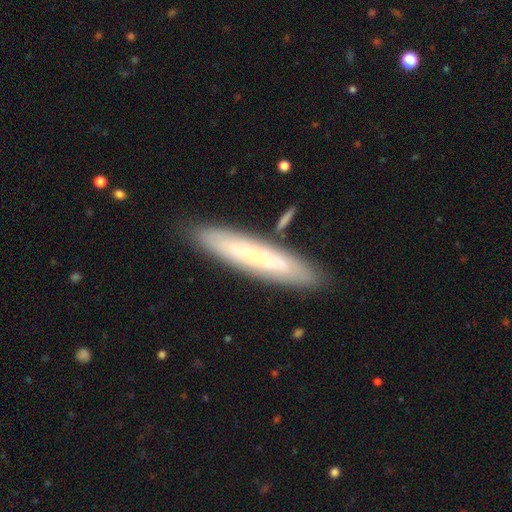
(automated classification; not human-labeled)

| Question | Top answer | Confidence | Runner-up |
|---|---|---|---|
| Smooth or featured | smooth | 50% | featured or disk (43%) |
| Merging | none | 86% | minor disturbance (9%) |